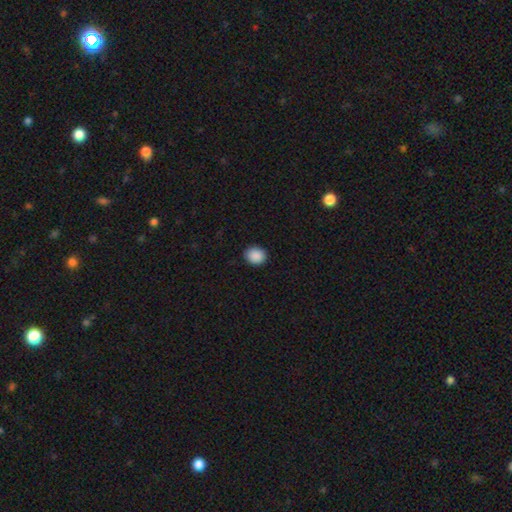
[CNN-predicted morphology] A smooth galaxy with no disk features (89%) that is round (67%).

Vote fractions:
- Smooth or featured? smooth: 89% / star or artifact: 8% / featured or disk: 2%
- How rounded? round: 67% / in between: 32% / cigar-shaped: 1%
- Merging? none: 90% / minor disturbance: 7% / major disturbance: 2% / merger: 1%